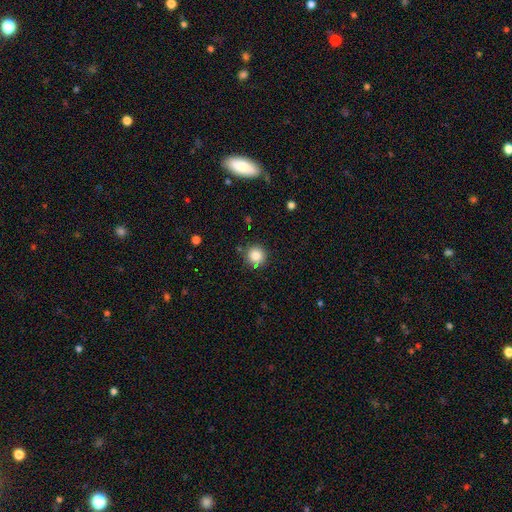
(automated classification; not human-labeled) Smooth or featured: smooth — 84% (star or artifact — 11%)
How rounded: round — 94% (in between — 5%)
Merging: none — 85% (minor disturbance — 9%)